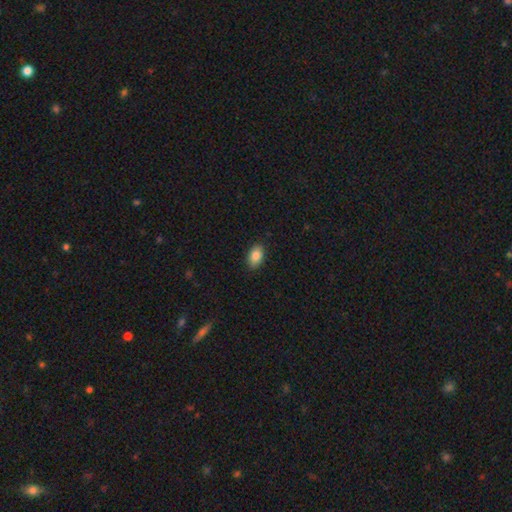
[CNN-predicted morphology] This is clearly a smooth galaxy (86%). How rounded: clearly in between (90%). Merging: clearly none (88%).